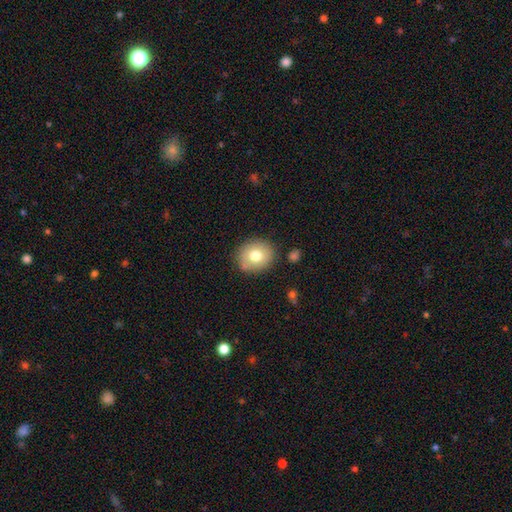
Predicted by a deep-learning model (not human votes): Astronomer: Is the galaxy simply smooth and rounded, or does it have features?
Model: smooth — 74%.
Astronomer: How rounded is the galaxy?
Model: round — 71%.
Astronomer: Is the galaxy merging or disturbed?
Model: none — 81%.